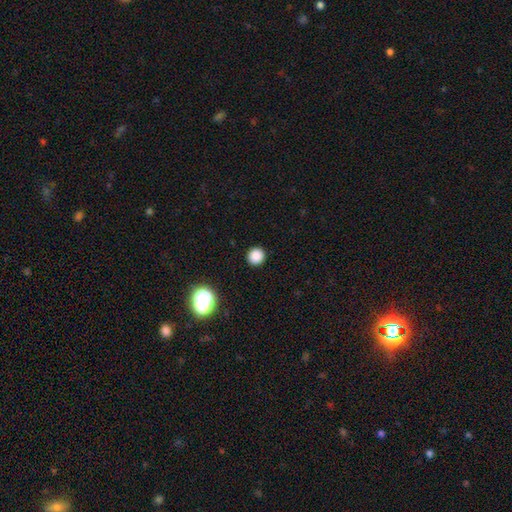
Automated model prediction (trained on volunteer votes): Overall: smooth (84%). How rounded: round (94%). Merging: none (92%).